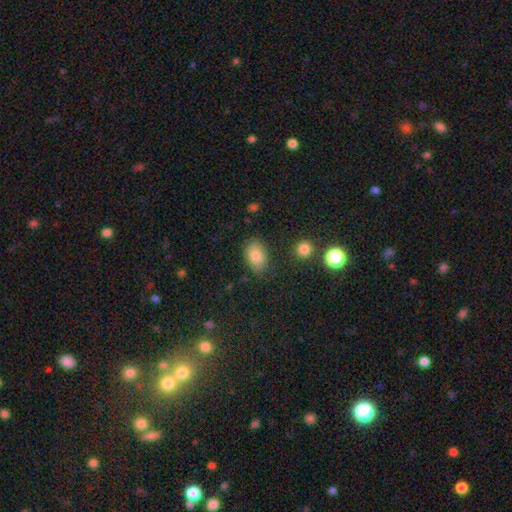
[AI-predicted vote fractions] smooth_or_featured: smooth (p=0.81) [alt: star or artifact p=0.09]
how_rounded: in between (p=0.86) [alt: round p=0.12]
merging: none (p=0.81) [alt: minor disturbance p=0.14]